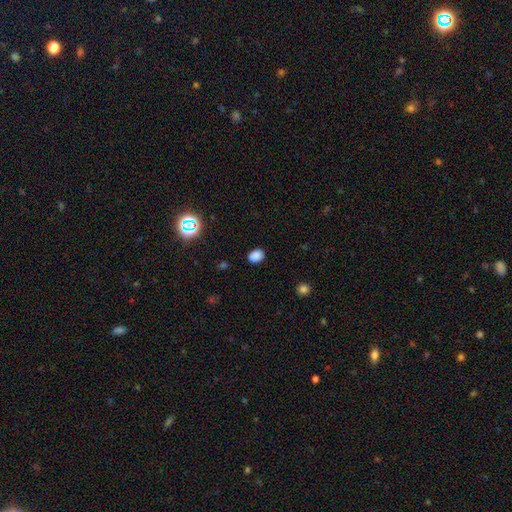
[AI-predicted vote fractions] This appears to be a smooth galaxy with no disk features (84%) that is in between round and cigar-shaped (65%). Merging: none (86%).